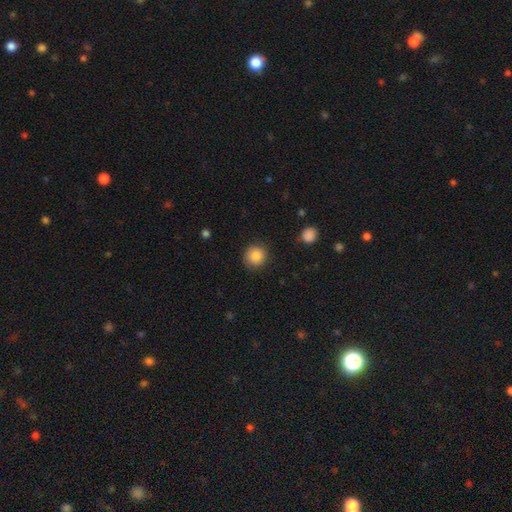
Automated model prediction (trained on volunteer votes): The model was most divided on "smooth or featured": smooth: 86%, star or artifact: 9%, featured or disk: 5%. More confident: how rounded — round (93%); merging — none (88%).